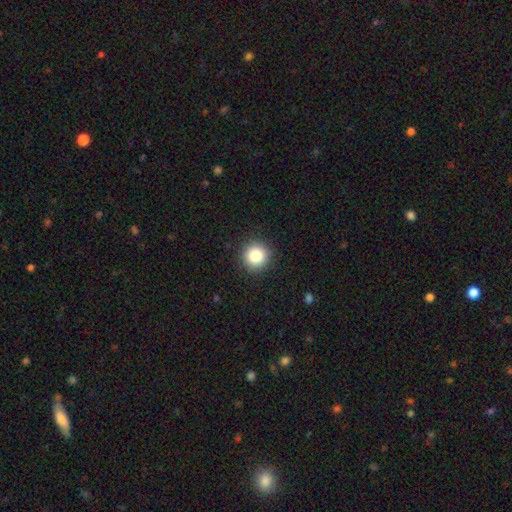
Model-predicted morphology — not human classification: Q: Smooth or featured?
A: smooth (85%); runner-up: star or artifact (10%)
Q: How rounded?
A: round (94%); runner-up: in between (5%)
Q: Merging?
A: none (91%); runner-up: minor disturbance (6%)